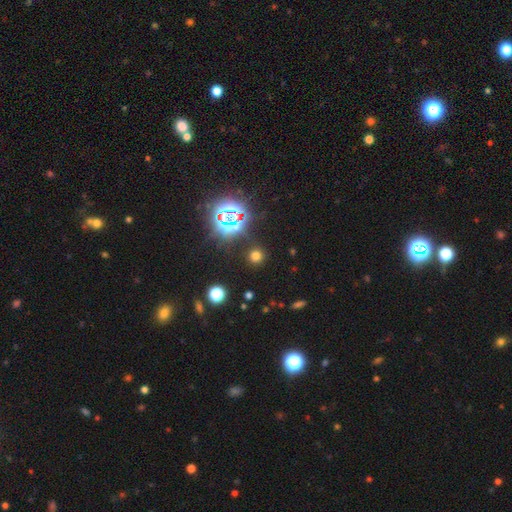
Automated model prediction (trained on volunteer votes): Morphology: type=smooth (60%); roundness=round (92%); merging=none (87%).